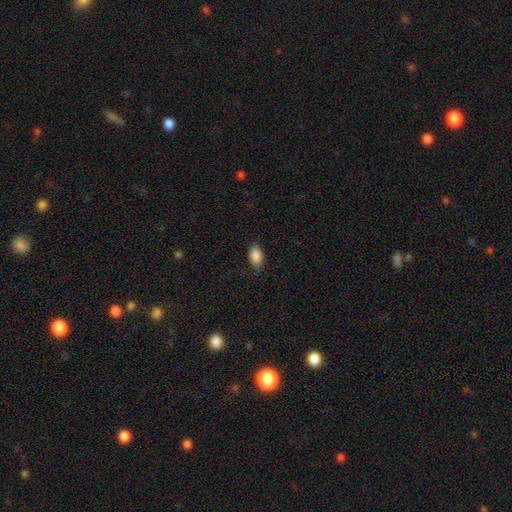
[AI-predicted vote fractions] This is clearly a smooth galaxy (88%). How rounded: clearly in between (92%). Merging: clearly none (84%).